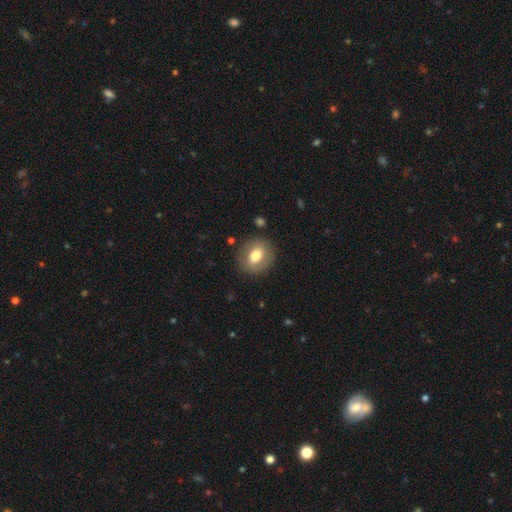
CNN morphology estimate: This appears to be a smooth galaxy with no disk features (70%) that is round (67%). Merging: none (85%).